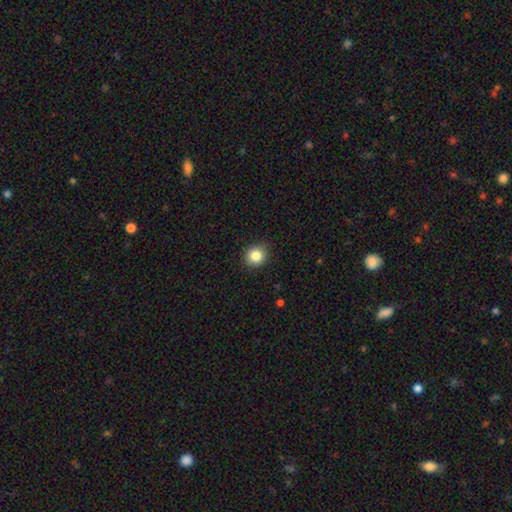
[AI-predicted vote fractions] Smooth or featured: smooth — 84% (star or artifact — 11%)
How rounded: round — 85% (in between — 14%)
Merging: none — 90% (minor disturbance — 7%)